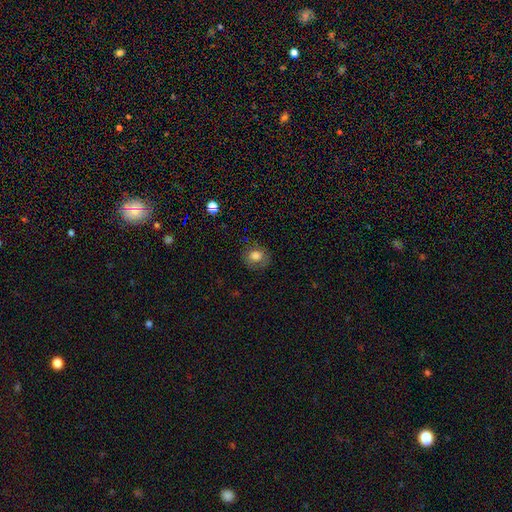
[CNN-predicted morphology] This appears to be a smooth galaxy with no disk features (76%) that is round (63%). Merging: none (78%).